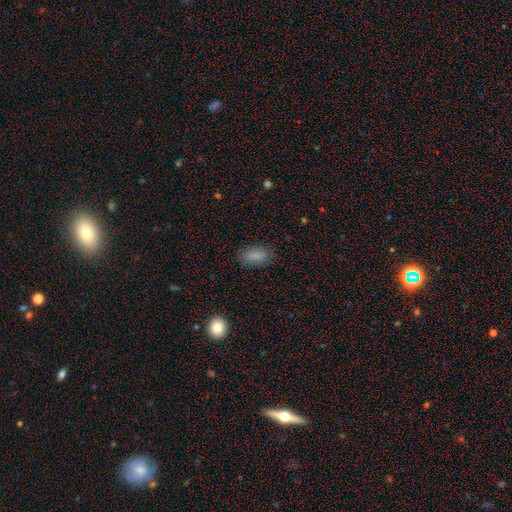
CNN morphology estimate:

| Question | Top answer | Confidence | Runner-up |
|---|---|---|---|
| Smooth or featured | smooth | 85% | star or artifact (9%) |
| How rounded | in between | 87% | cigar-shaped (8%) |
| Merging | none | 83% | minor disturbance (12%) |